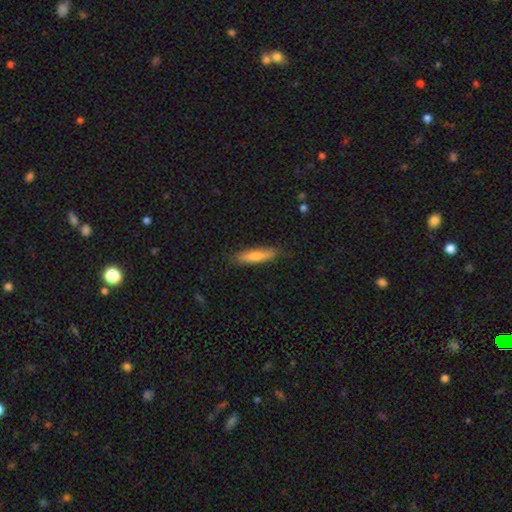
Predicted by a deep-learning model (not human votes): A smooth galaxy with no disk features (68%) that is cigar-shaped (81%).

Vote fractions:
- Smooth or featured? smooth: 68% / featured or disk: 26% / star or artifact: 6%
- How rounded? cigar-shaped: 81% / in between: 17% / round: 2%
- Merging? none: 85% / minor disturbance: 12% / major disturbance: 2% / merger: 1%